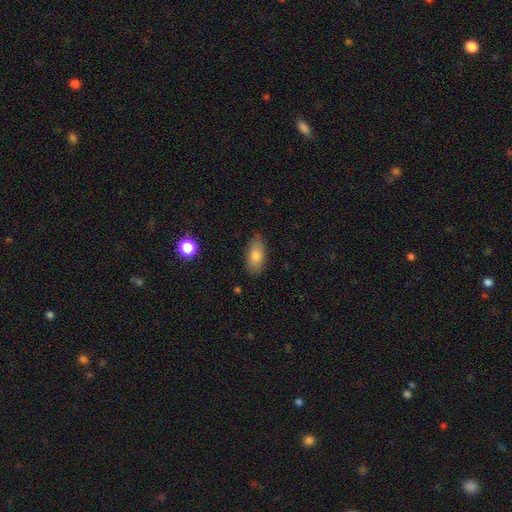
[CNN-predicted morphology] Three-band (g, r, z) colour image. It shows a smooth galaxy with no disk features (79%) that is in between round and cigar-shaped (88%). Merging: none (82%).